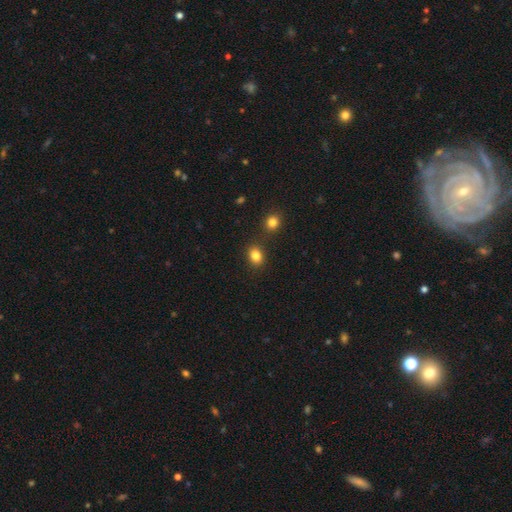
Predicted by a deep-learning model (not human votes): Smooth or featured? Predicted: smooth (p=0.83). How rounded? Predicted: round (p=0.51). Merging? Predicted: none (p=0.78).